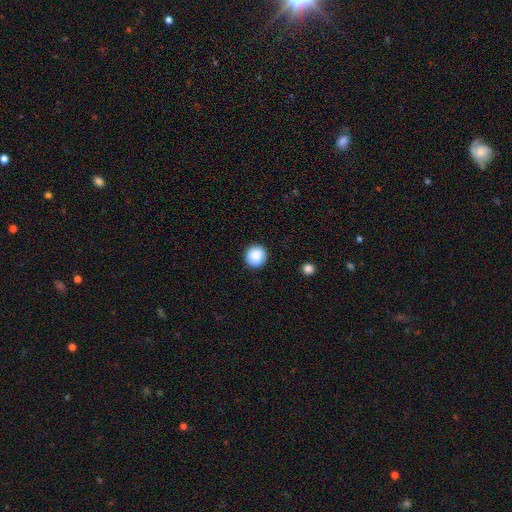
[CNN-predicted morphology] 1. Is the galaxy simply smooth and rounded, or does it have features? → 88% smooth, 8% star or artifact, 4% featured or disk.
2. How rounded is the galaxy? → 94% round, 5% in between, 1% cigar-shaped.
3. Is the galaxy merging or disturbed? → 91% none, 6% minor disturbance, 2% major disturbance, 1% merger.